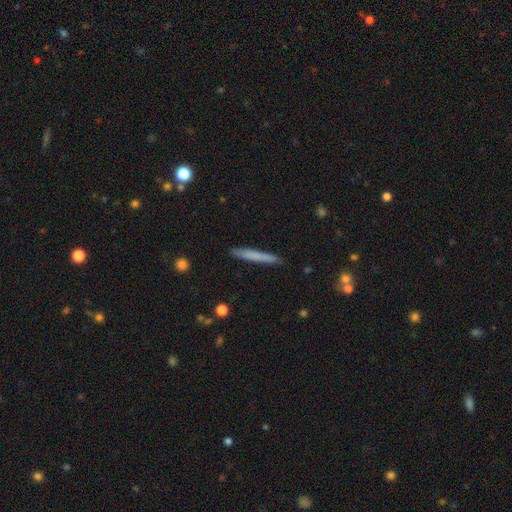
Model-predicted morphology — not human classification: The model was most divided on "smooth or featured": smooth: 68%, featured or disk: 26%, star or artifact: 6%. More confident: how rounded — cigar-shaped (96%); merging — none (89%).